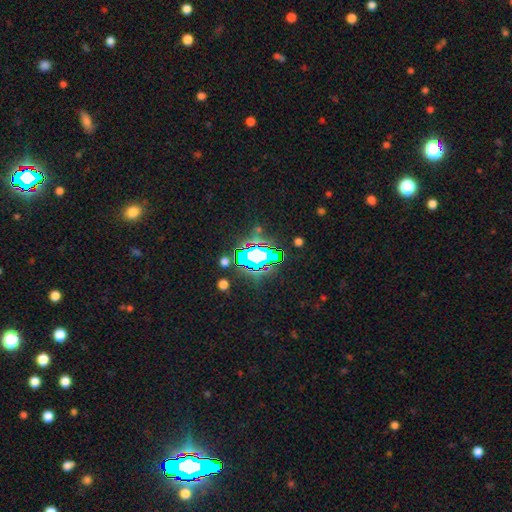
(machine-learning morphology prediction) Q: Smooth or featured?
A: star or artifact (67%); runner-up: smooth (19%)